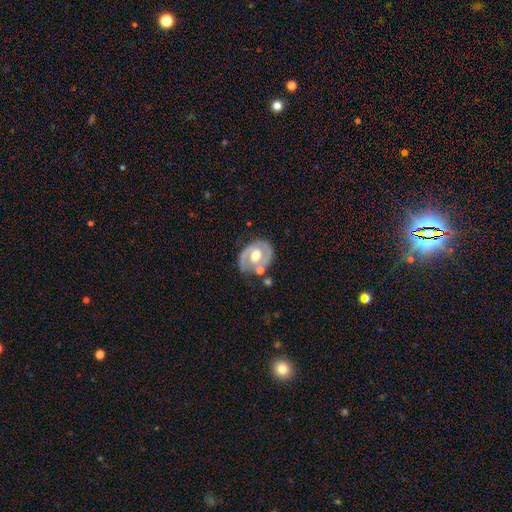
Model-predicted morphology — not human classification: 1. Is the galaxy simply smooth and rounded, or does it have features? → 79% featured or disk, 16% smooth, 5% star or artifact.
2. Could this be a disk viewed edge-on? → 96% no, 4% yes.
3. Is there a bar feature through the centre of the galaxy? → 53% no, 35% weak, 13% strong.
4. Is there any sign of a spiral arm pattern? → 76% yes, 24% no.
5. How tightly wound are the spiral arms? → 46% tight, 42% medium, 13% loose.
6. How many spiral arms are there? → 77% 2, 10% can't tell, 9% 1, 2% 3, 1% 4, 1% more than 4.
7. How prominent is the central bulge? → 68% moderate, 23% large, 6% small, 1% dominant, 1% none.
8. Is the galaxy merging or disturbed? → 65% none, 18% minor disturbance, 9% merger, 7% major disturbance.